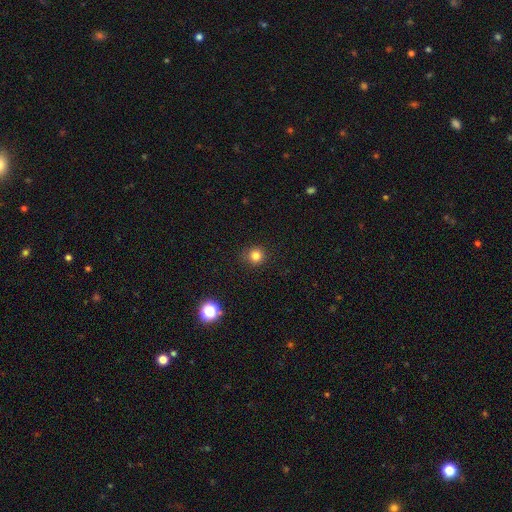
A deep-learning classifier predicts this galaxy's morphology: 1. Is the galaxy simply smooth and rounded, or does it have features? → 80% smooth, 14% star or artifact, 5% featured or disk.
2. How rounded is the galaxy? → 93% round, 6% in between, 1% cigar-shaped.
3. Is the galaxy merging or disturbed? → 89% none, 8% minor disturbance, 2% major disturbance, 1% merger.